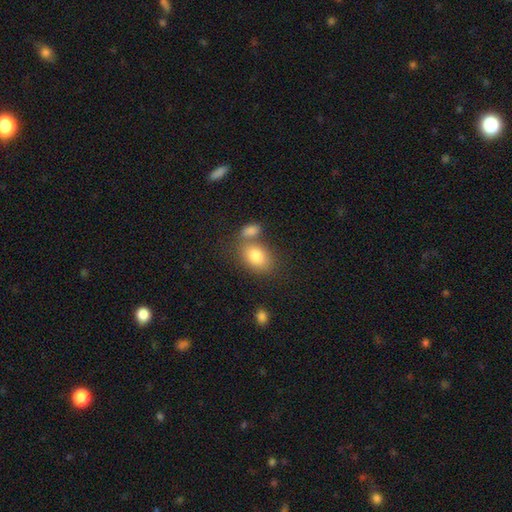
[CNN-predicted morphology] Q: Smooth or featured?
A: smooth (82%); runner-up: featured or disk (10%)
Q: How rounded?
A: in between (83%); runner-up: round (16%)
Q: Merging?
A: none (52%); runner-up: merger (29%)